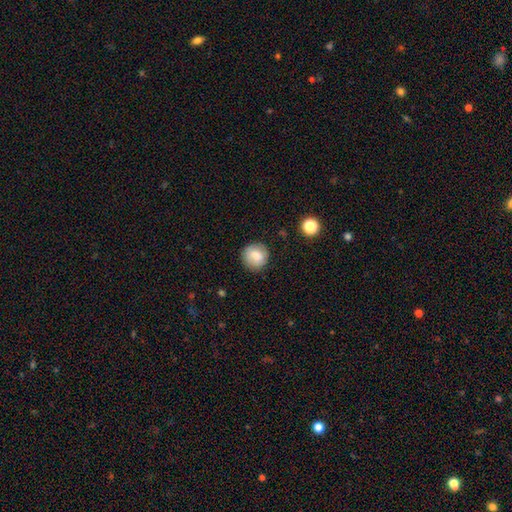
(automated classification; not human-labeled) smooth_or_featured: smooth (p=0.81) [alt: featured or disk p=0.10]
how_rounded: round (p=0.91) [alt: in between p=0.08]
merging: none (p=0.85) [alt: minor disturbance p=0.11]